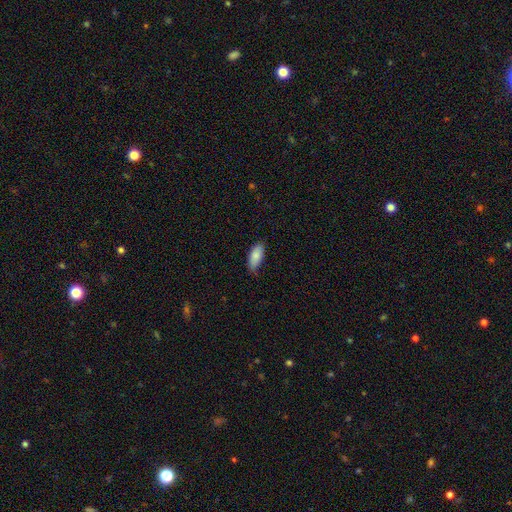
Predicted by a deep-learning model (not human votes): smooth-or-featured: smooth: 86% | featured or disk: 8% | star or artifact: 6%
  how-rounded: in between: 86% | cigar-shaped: 12% | round: 2%
  merging: none: 74% | minor disturbance: 22% | major disturbance: 3% | merger: 1%